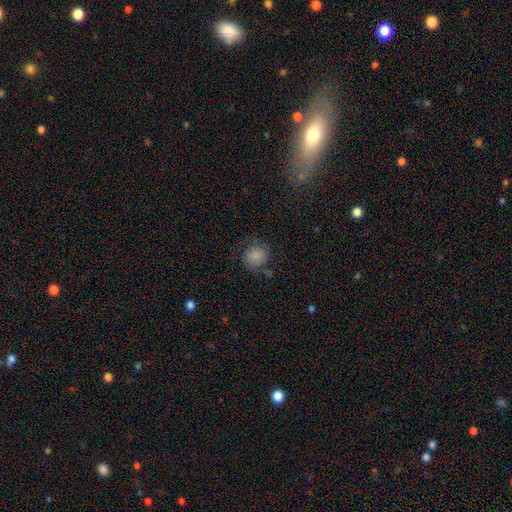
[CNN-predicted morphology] Smooth or featured? Predicted: smooth (p=0.73). How rounded? Predicted: round (p=0.84). Merging? Predicted: none (p=0.66).